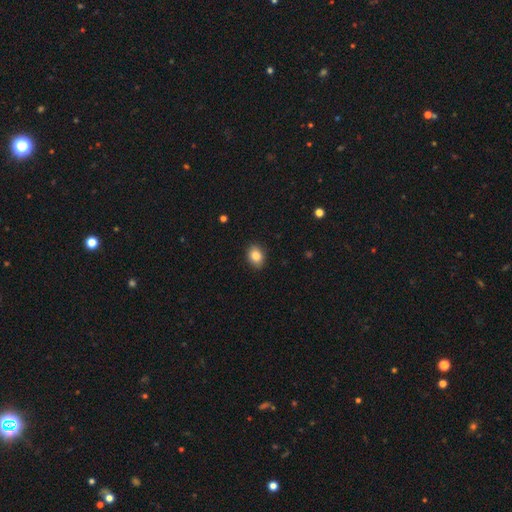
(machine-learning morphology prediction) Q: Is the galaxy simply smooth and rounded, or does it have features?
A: smooth — 84%.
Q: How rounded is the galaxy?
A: in between — 62%.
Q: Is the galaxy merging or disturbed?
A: none — 89%.